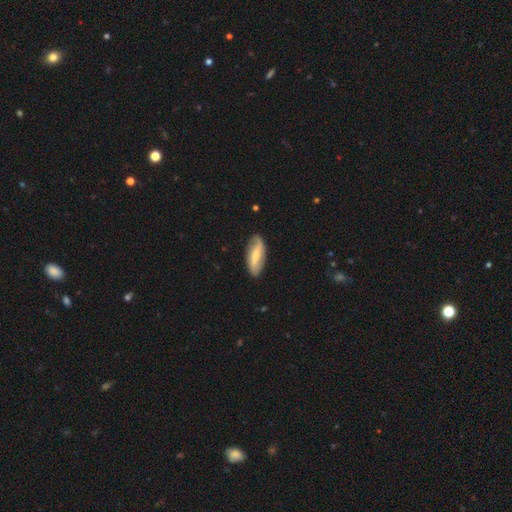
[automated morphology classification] A featured or disk galaxy (58%) with a strong bar (39%), spiral arms (83%) and a small central bulge (54%). Merging: none (81%).